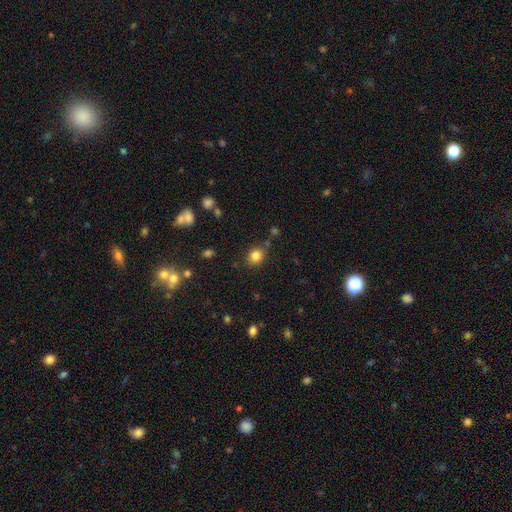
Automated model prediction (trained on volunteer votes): This is clearly a smooth galaxy (83%). How rounded: likely round (64%). Merging: clearly none (81%).